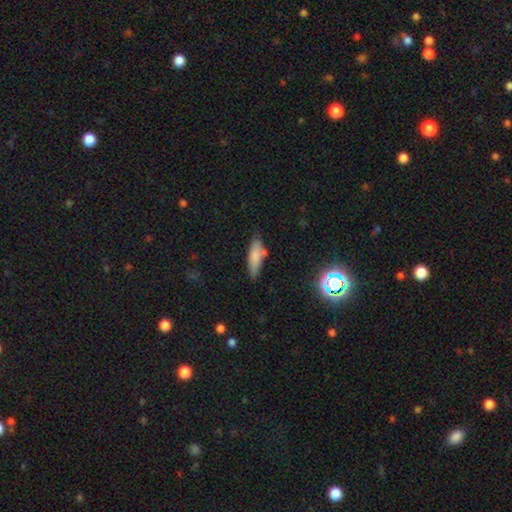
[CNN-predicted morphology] type=smooth (78%); roundness=in between (59%); merging=none (63%).